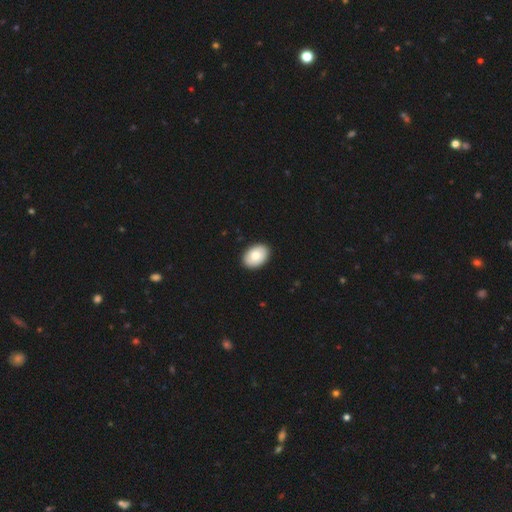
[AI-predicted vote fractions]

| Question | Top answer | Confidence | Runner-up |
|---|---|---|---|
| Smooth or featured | smooth | 81% | featured or disk (13%) |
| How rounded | in between | 83% | round (16%) |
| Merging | none | 91% | minor disturbance (6%) |